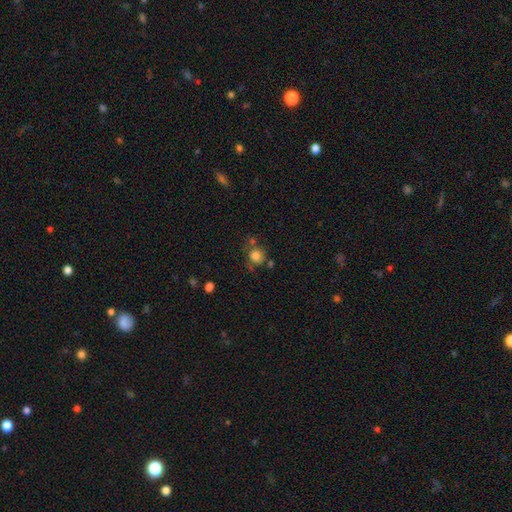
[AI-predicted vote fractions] smooth_or_featured: smooth (p=0.79) [alt: star or artifact p=0.12]
how_rounded: round (p=0.84) [alt: in between p=0.15]
merging: none (p=0.59) [alt: minor disturbance p=0.18]